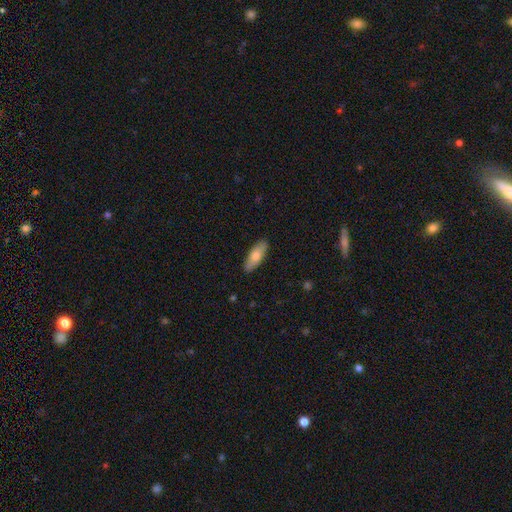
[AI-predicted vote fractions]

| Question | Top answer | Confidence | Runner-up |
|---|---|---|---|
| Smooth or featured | smooth | 75% | featured or disk (20%) |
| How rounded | in between | 66% | cigar-shaped (32%) |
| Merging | none | 88% | minor disturbance (9%) |